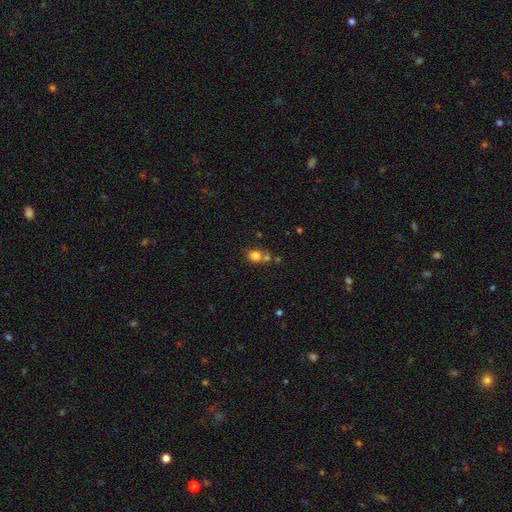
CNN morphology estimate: A smooth galaxy with no disk features (79%) that is round (78%). Merging: none (52%).